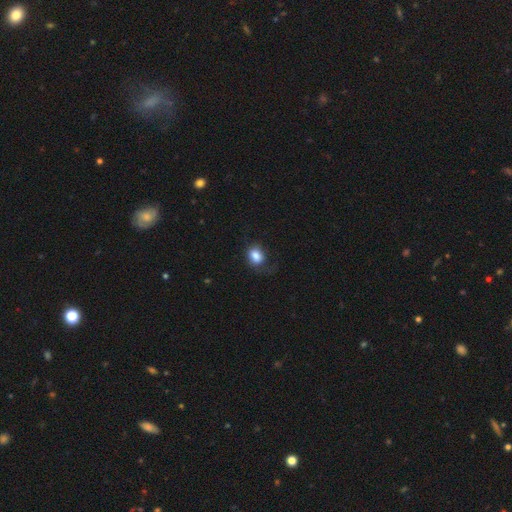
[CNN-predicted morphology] smooth 84%, star or artifact 9%, featured or disk 7%. Down the decision tree: how rounded — in between (58%); merging — none (61%).